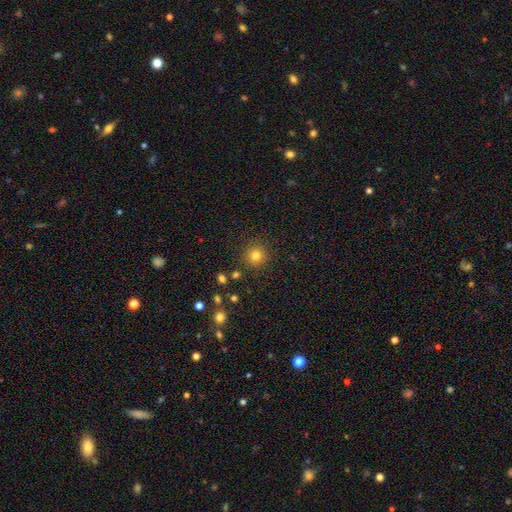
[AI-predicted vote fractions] smooth 81%, star or artifact 13%, featured or disk 6%. Down the decision tree: how rounded — round (94%); merging — none (88%).